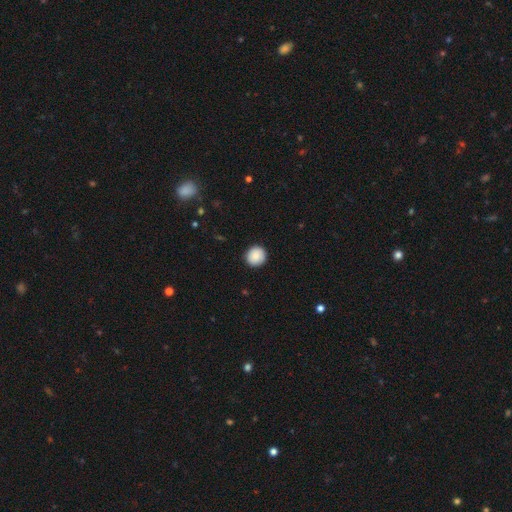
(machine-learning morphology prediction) The model was most divided on "smooth or featured": smooth: 87%, star or artifact: 8%, featured or disk: 6%. More confident: how rounded — round (93%); merging — none (91%).